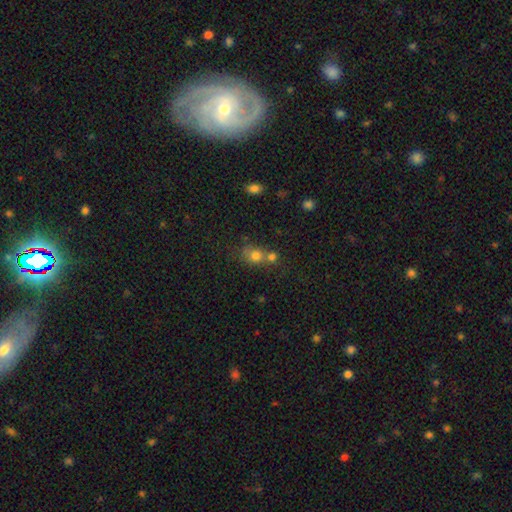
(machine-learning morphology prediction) A smooth galaxy with no disk features (75%) that is round (69%). Merging: merger (47%).